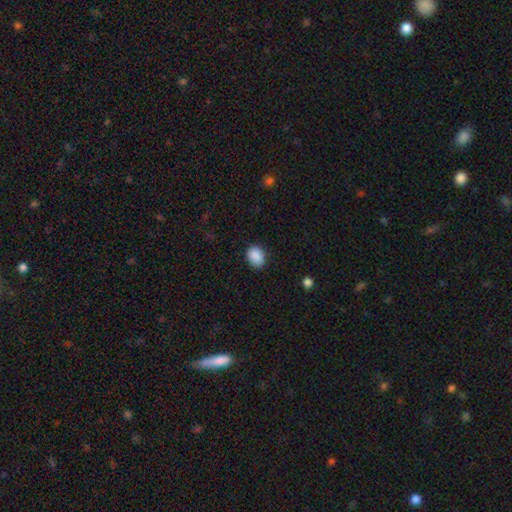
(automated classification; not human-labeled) Smooth or featured? Predicted: smooth (p=0.89). How rounded? Predicted: in between (p=0.61). Merging? Predicted: none (p=0.85).